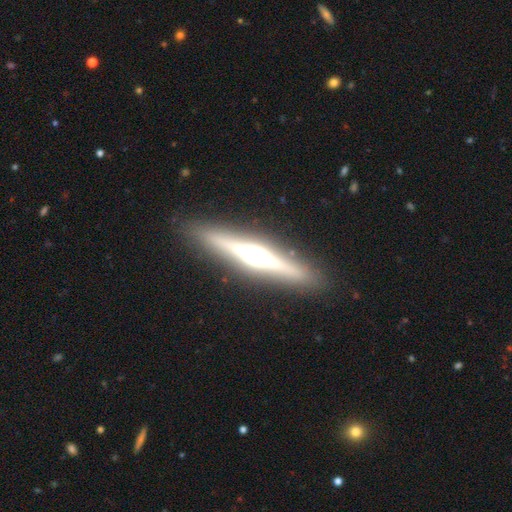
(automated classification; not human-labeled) Smooth or featured? featured or disk (78%)
Edge-on disk? yes (97%)
Edge-on bulge? rounded (88%)
Merging? none (90%)